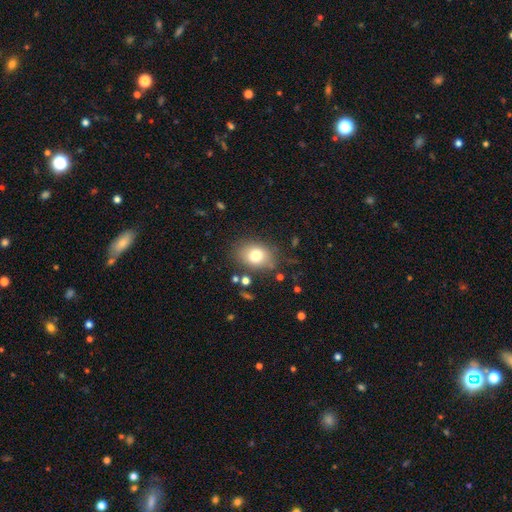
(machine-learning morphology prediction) Smooth or featured? smooth (78%)
How rounded? in between (67%)
Merging? none (76%)